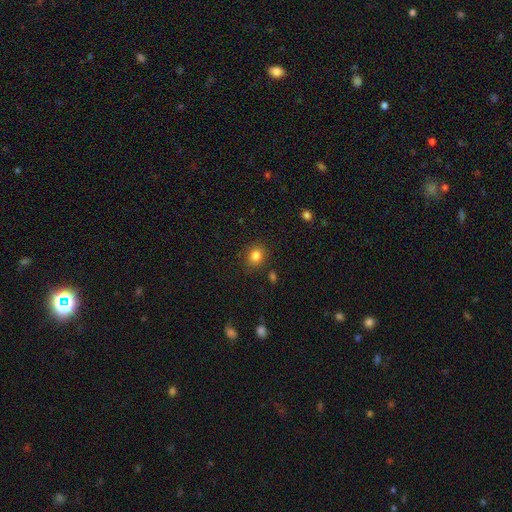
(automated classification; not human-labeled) smooth_or_featured: smooth (p=0.83) [alt: star or artifact p=0.12]
how_rounded: round (p=0.69) [alt: in between p=0.30]
merging: none (p=0.85) [alt: minor disturbance p=0.10]